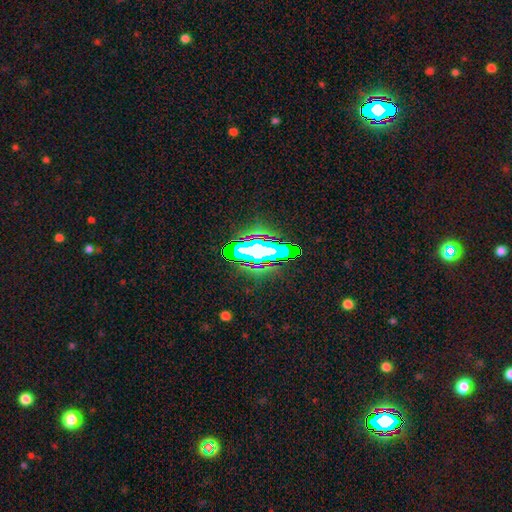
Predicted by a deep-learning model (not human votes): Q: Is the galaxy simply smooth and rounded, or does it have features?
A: star or artifact — 56%.